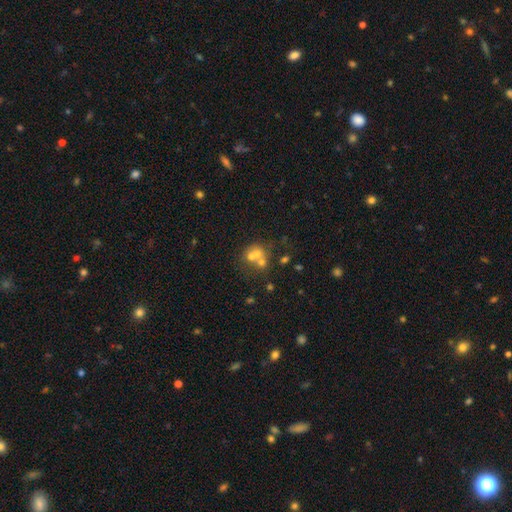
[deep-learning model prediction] Morphology: type=smooth (55%); roundness=round (70%); merging=merger (58%).